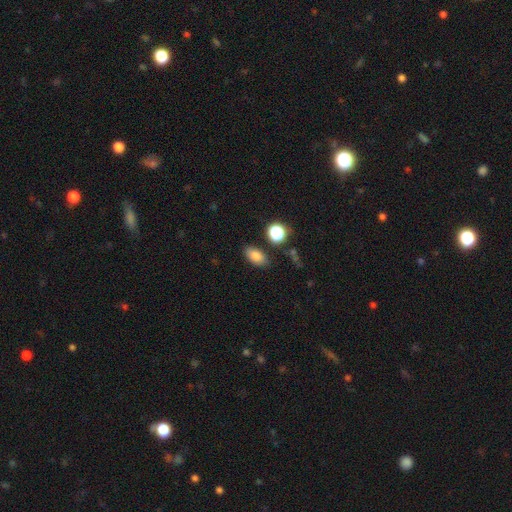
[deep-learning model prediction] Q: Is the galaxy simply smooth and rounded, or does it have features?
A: smooth — 81%.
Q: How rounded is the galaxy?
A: in between — 87%.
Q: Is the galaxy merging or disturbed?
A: none — 82%.